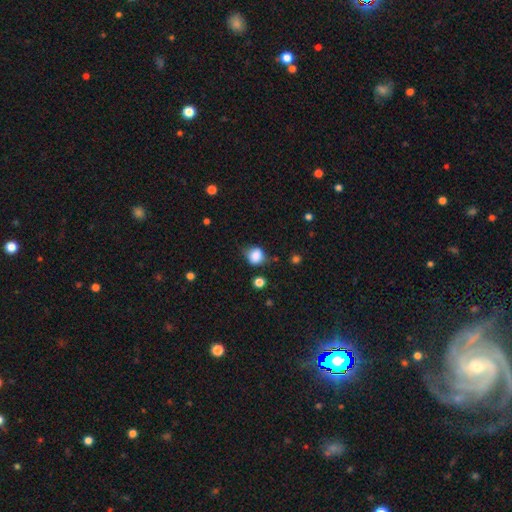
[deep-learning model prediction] Q: Smooth or featured?
A: smooth (84%); runner-up: star or artifact (10%)
Q: How rounded?
A: round (73%); runner-up: in between (26%)
Q: Merging?
A: none (65%); runner-up: minor disturbance (25%)